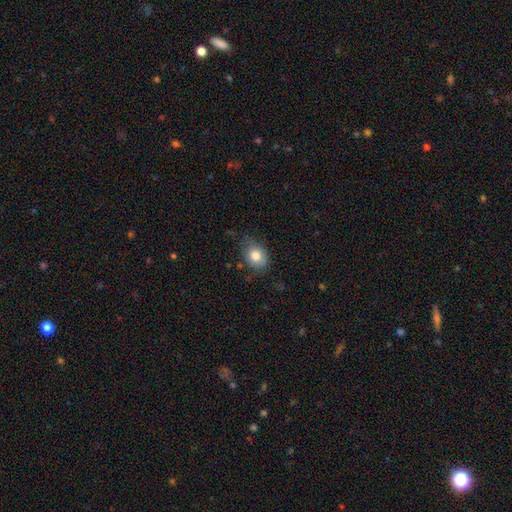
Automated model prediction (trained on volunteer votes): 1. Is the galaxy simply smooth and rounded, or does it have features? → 81% smooth, 10% featured or disk, 9% star or artifact.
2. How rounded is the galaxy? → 55% in between, 44% round, 1% cigar-shaped.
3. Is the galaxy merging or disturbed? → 69% none, 24% minor disturbance, 5% major disturbance, 2% merger.